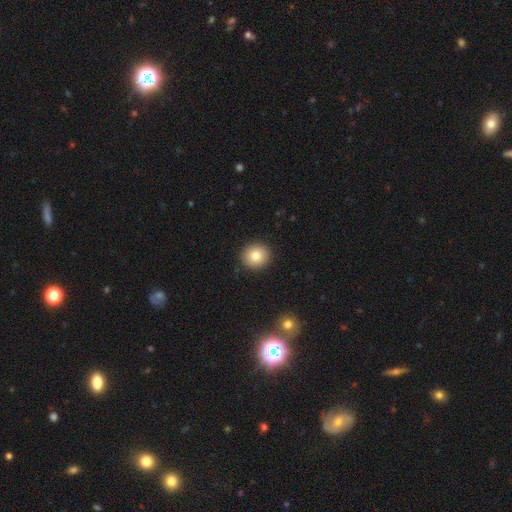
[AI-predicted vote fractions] This appears to be a smooth galaxy with no disk features (83%) that is round (86%). Merging: none (92%).